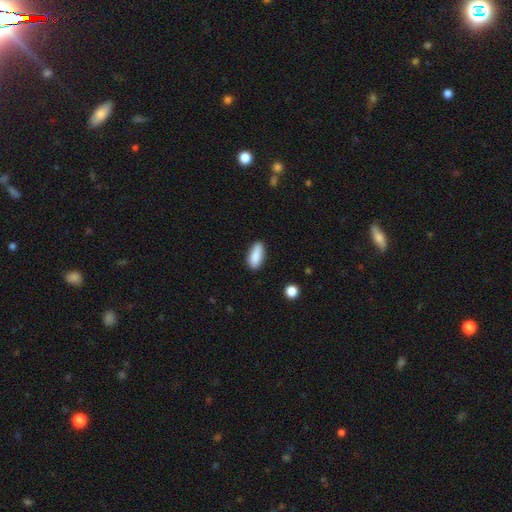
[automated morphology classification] type=smooth (87%); roundness=in between (77%); merging=none (80%).